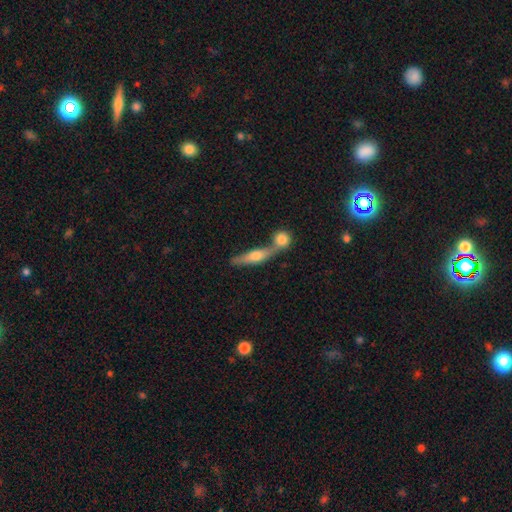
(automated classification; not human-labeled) Overall: featured or disk (47%; smooth 46%). Merging: merger (44%; none 42%).